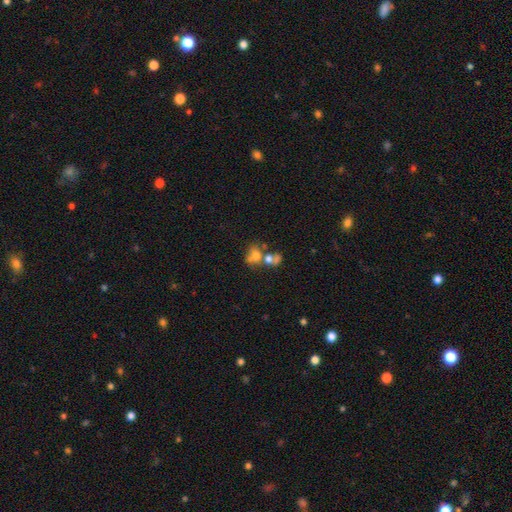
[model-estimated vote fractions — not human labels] A smooth galaxy with no disk features (60%) that is in between round and cigar-shaped (53%). Merging: merger (58%).